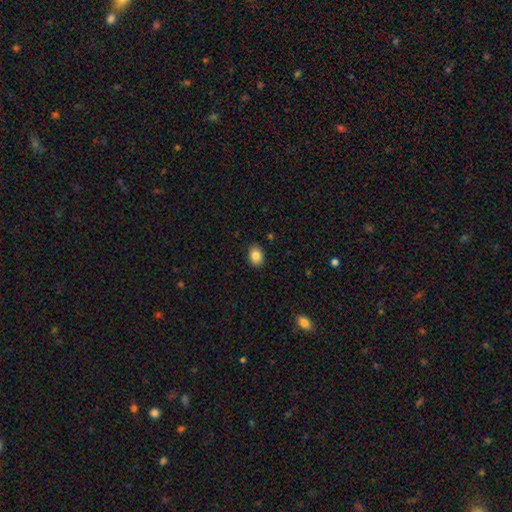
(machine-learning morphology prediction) type=smooth (84%); roundness=in between (69%); merging=none (89%).